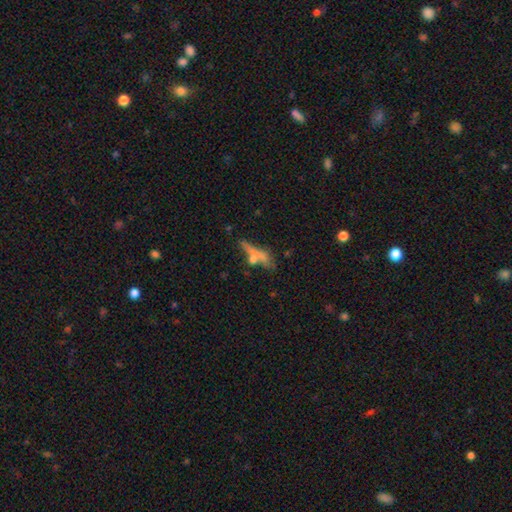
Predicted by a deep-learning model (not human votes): A smooth galaxy with no disk features (51%) that is cigar-shaped (61%). Merging: none (38%).